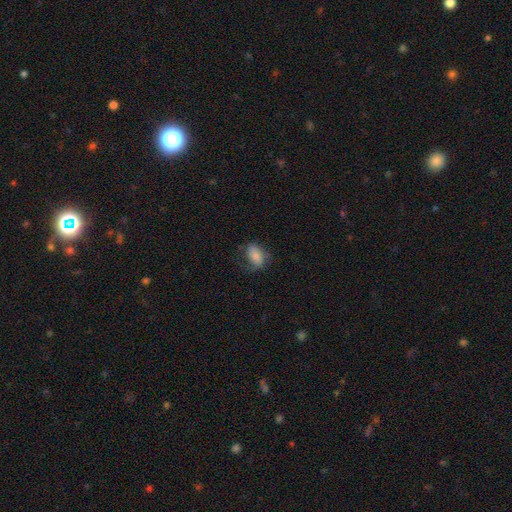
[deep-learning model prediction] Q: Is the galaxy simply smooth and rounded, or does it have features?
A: smooth — 74%.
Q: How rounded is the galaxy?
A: in between — 89%.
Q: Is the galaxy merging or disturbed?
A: none — 57%.